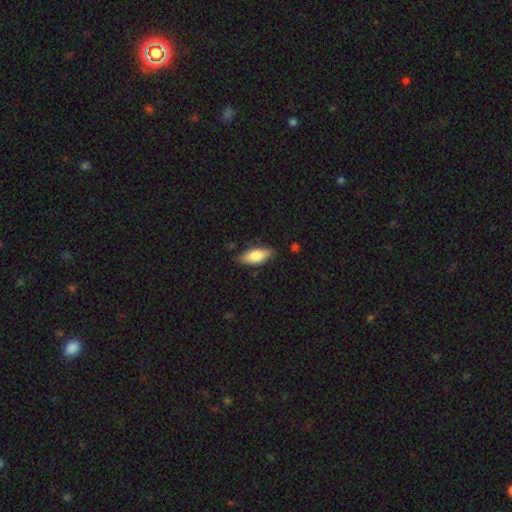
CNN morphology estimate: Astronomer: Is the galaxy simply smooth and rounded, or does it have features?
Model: smooth — 76%.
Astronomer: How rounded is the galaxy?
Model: in between — 80%.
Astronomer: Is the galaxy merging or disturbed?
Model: none — 81%.